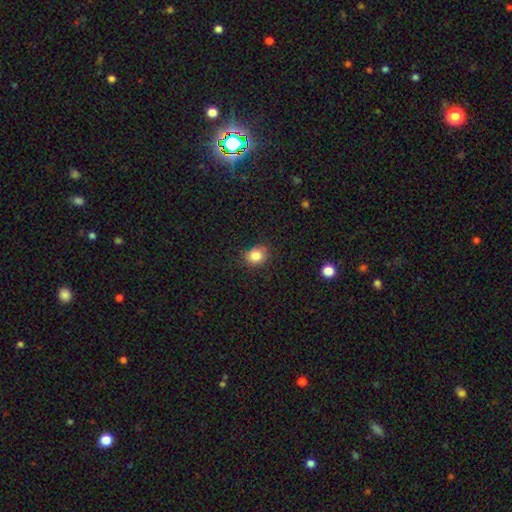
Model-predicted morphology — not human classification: Smooth or featured?
  - smooth: 84% *
  - star or artifact: 11%
  - featured or disk: 5%
How rounded?
  - round: 75% *
  - in between: 24%
  - cigar-shaped: 1%
Merging?
  - none: 80% *
  - minor disturbance: 15%
  - major disturbance: 3%
  - merger: 1%